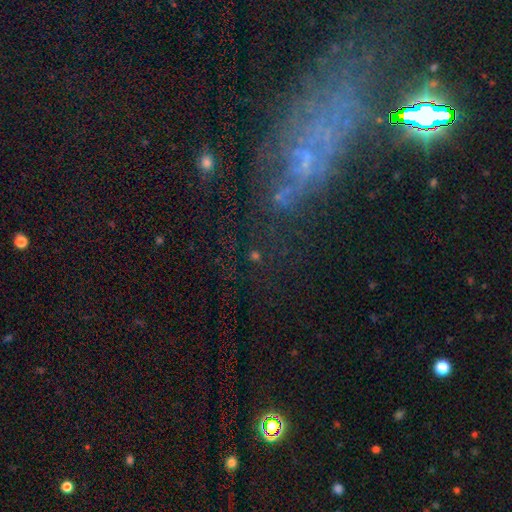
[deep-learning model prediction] star or artifact 38% (tied), featured or disk 38% (tied), smooth 24%.